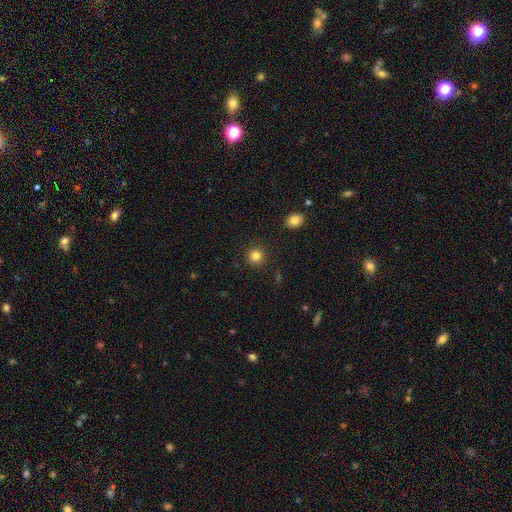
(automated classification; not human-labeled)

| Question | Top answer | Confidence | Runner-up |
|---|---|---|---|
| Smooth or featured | smooth | 84% | star or artifact (12%) |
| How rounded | round | 92% | in between (7%) |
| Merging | none | 91% | minor disturbance (5%) |